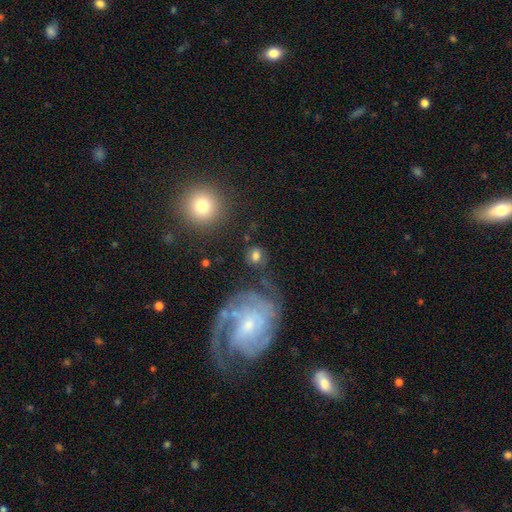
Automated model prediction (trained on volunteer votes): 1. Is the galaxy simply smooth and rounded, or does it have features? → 70% smooth, 17% featured or disk, 12% star or artifact.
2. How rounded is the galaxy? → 70% round, 29% in between, 2% cigar-shaped.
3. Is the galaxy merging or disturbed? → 69% none, 15% minor disturbance, 10% major disturbance, 6% merger.